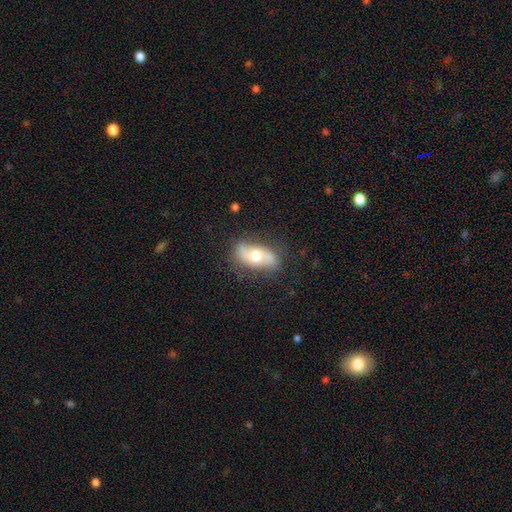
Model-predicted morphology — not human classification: The model was most divided on "smooth or featured": featured or disk: 54%, smooth: 39%, star or artifact: 7%. More confident: edge-on disk — no (84%); merging — none (73%).